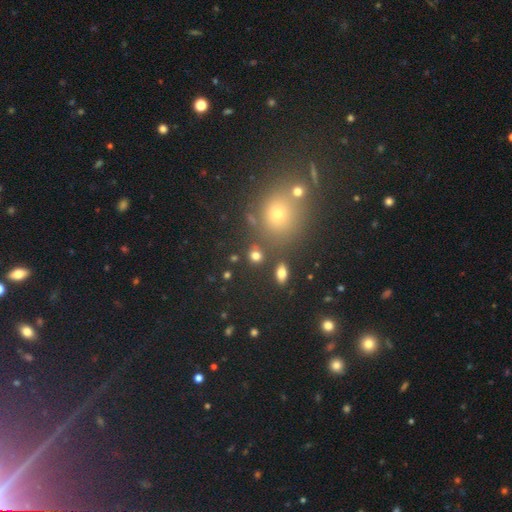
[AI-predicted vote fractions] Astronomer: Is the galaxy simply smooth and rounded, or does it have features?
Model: smooth — 77%.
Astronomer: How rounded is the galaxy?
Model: round — 64%.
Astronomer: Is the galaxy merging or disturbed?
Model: none — 79%.